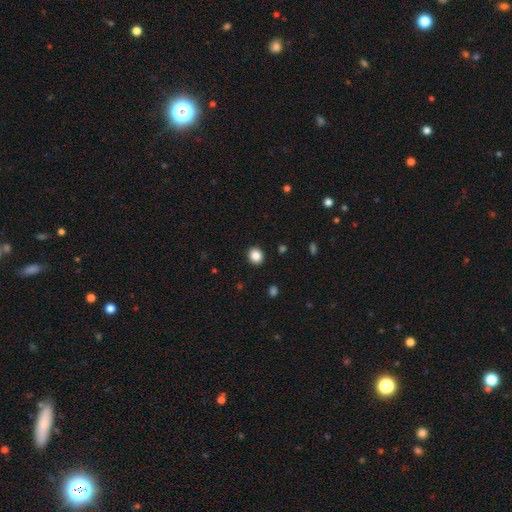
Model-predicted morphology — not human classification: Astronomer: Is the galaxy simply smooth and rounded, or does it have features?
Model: smooth — 86%.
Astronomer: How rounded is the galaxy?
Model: round — 80%.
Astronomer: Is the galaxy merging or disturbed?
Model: none — 92%.